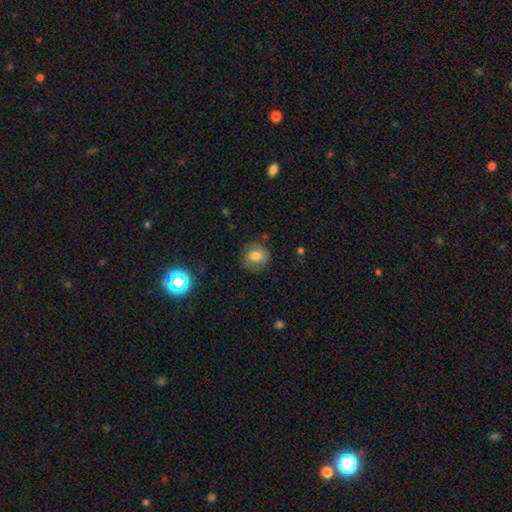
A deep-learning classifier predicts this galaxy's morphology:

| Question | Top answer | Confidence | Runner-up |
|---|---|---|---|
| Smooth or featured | smooth | 70% | featured or disk (19%) |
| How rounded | round | 80% | in between (19%) |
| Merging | none | 78% | minor disturbance (15%) |